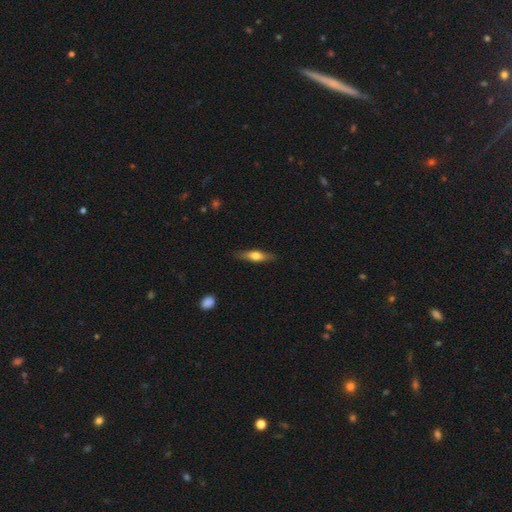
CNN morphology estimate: The model was most divided on "smooth or featured": smooth: 50%, featured or disk: 44%, star or artifact: 6%. More confident: merging — none (86%).